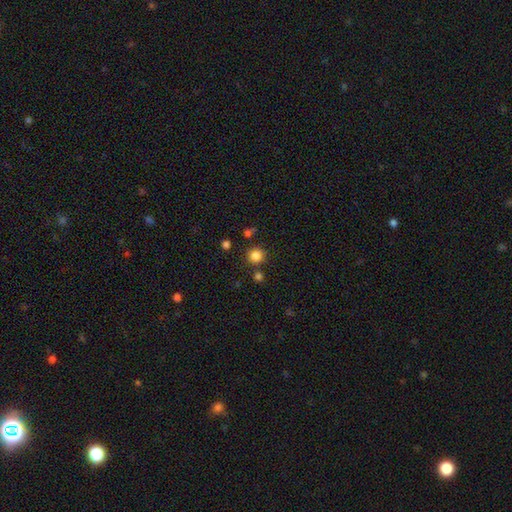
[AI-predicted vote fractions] smooth_or_featured: smooth (p=0.83) [alt: star or artifact p=0.13]
how_rounded: round (p=0.92) [alt: in between p=0.07]
merging: none (p=0.82) [alt: minor disturbance p=0.08]